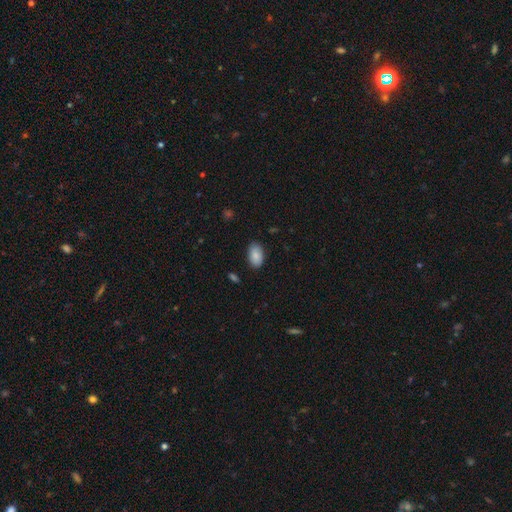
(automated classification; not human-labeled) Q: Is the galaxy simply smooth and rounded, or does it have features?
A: smooth — 86%.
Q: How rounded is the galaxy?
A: in between — 93%.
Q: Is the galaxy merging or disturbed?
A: none — 82%.